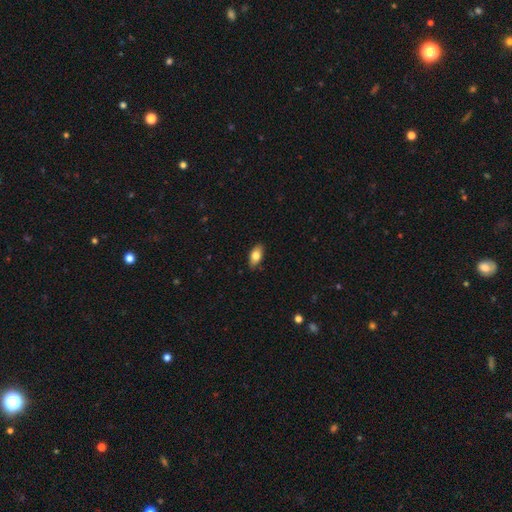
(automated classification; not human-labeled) Smooth or featured: smooth — 79% (featured or disk — 14%)
How rounded: in between — 89% (cigar-shaped — 7%)
Merging: none — 85% (minor disturbance — 12%)